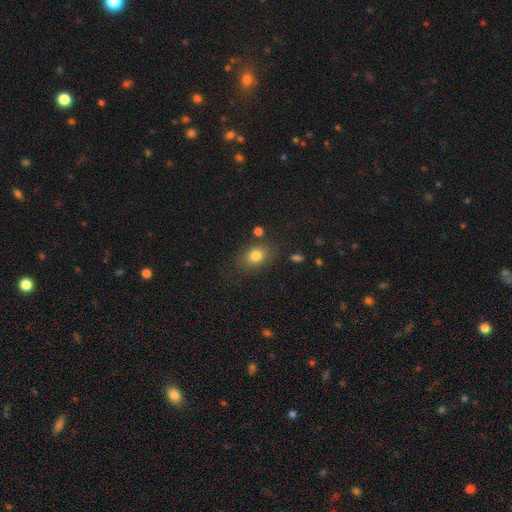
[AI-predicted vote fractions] smooth_or_featured: smooth (p=0.80) [alt: star or artifact p=0.11]
how_rounded: in between (p=0.65) [alt: round p=0.33]
merging: none (p=0.76) [alt: minor disturbance p=0.15]